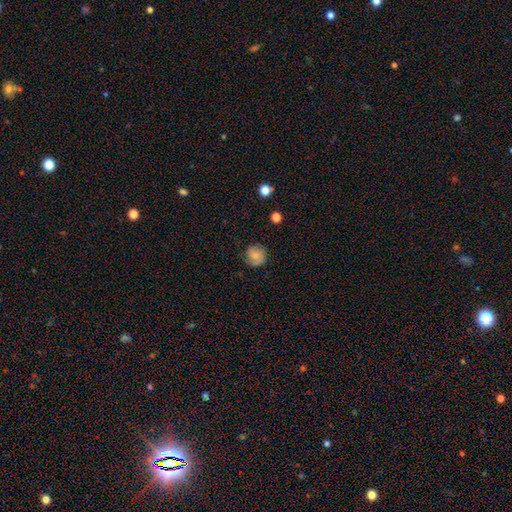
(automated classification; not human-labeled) This appears to be a smooth galaxy with no disk features (70%) that is round (87%). Merging: none (76%).